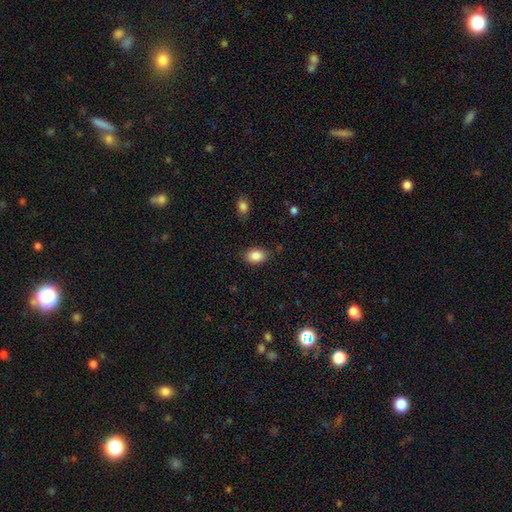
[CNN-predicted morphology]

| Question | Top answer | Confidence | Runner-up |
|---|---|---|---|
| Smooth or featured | smooth | 87% | star or artifact (8%) |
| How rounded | in between | 82% | round (17%) |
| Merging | none | 84% | minor disturbance (12%) |